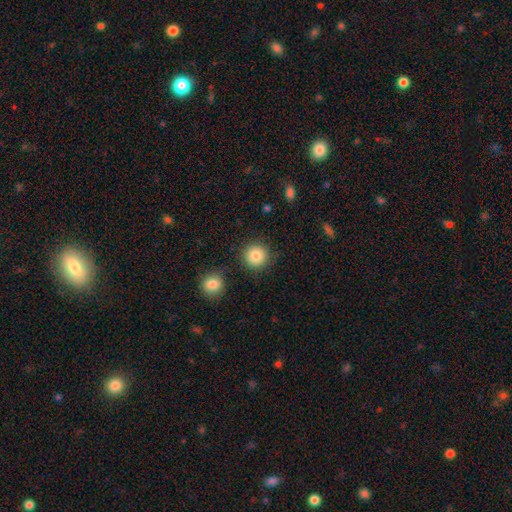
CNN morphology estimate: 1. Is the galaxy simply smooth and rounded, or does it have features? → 86% smooth, 9% star or artifact, 5% featured or disk.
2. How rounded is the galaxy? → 94% round, 5% in between, 1% cigar-shaped.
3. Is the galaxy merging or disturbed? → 87% none, 7% minor disturbance, 4% merger, 3% major disturbance.